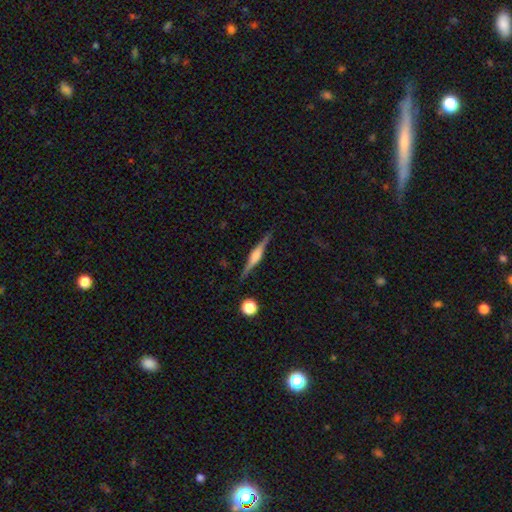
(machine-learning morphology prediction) Overall: featured or disk (76%). Edge-on disk: yes (98%). Edge-on bulge: rounded (70%). Merging: none (88%).